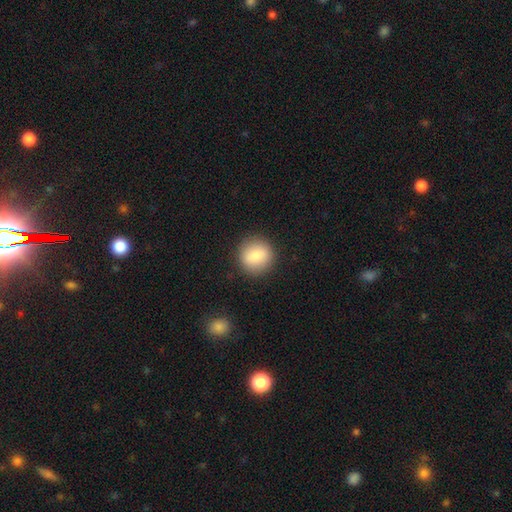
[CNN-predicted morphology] Q: Smooth or featured?
A: smooth (83%); runner-up: featured or disk (9%)
Q: How rounded?
A: round (91%); runner-up: in between (8%)
Q: Merging?
A: none (89%); runner-up: minor disturbance (7%)